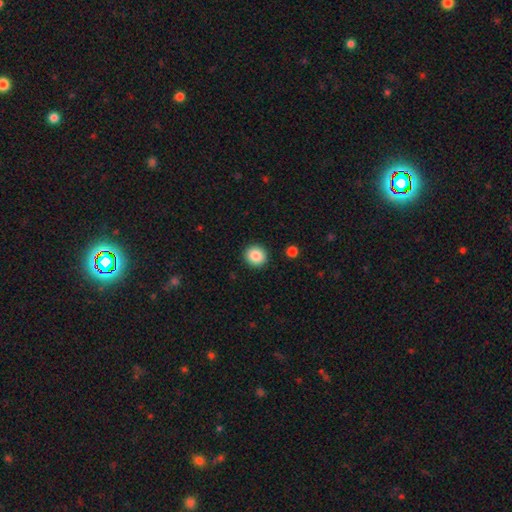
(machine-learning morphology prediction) Q: Smooth or featured?
A: smooth (87%); runner-up: star or artifact (9%)
Q: How rounded?
A: round (89%); runner-up: in between (10%)
Q: Merging?
A: none (91%); runner-up: minor disturbance (5%)